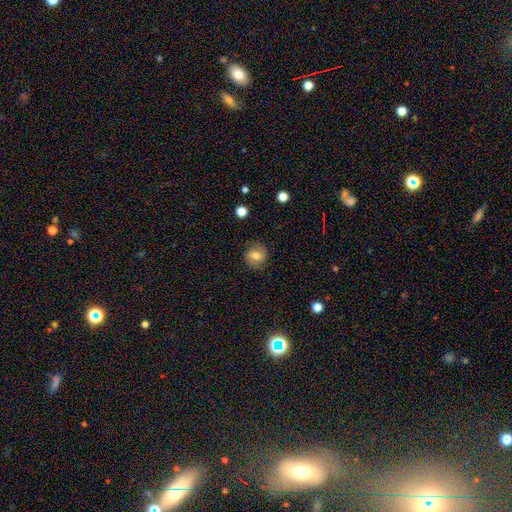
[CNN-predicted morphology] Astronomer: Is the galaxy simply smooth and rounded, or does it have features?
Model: smooth — 61%.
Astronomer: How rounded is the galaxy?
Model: round — 78%.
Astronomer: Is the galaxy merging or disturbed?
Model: none — 80%.